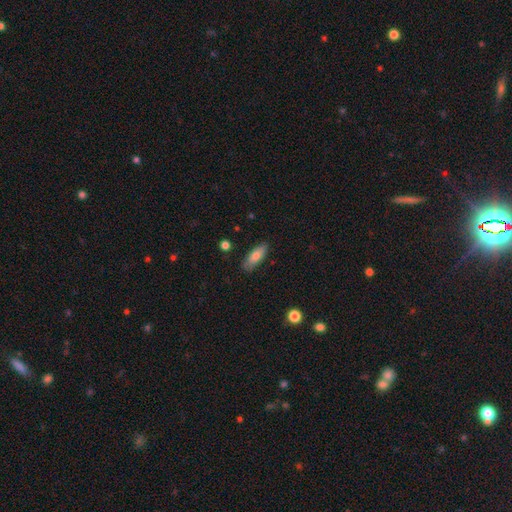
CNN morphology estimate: A smooth galaxy with no disk features (77%) that is in between round and cigar-shaped (64%). Merging: none (83%).